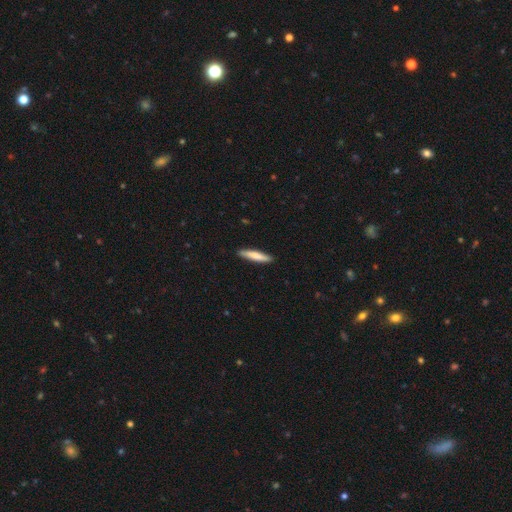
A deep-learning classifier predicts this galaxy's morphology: This appears to be a smooth galaxy with no disk features (74%) that is cigar-shaped (88%). Merging: none (90%).